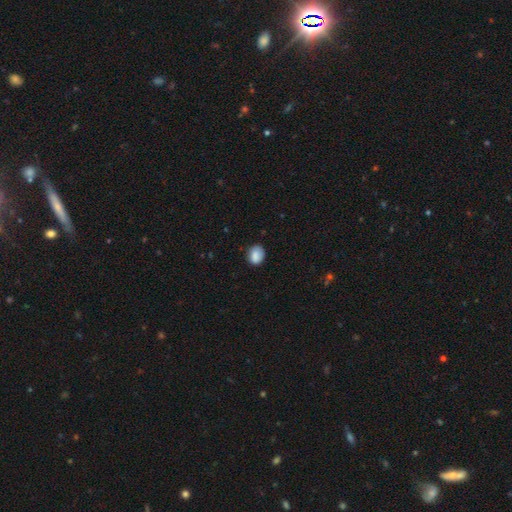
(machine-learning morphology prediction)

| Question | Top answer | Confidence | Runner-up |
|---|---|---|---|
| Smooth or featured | smooth | 85% | star or artifact (8%) |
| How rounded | in between | 52% | round (47%) |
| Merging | none | 76% | minor disturbance (19%) |